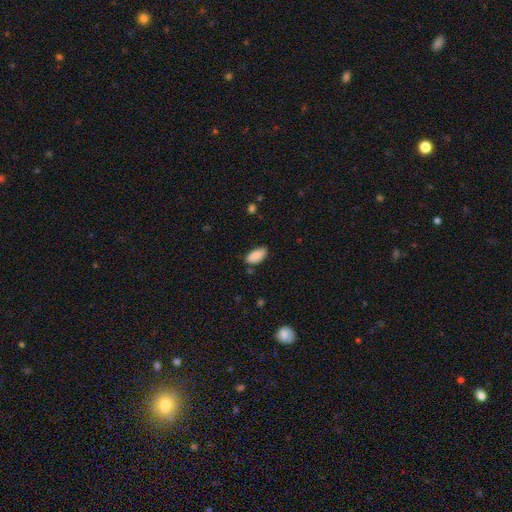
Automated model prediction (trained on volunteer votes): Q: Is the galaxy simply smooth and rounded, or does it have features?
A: smooth — 87%.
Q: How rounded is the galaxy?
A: in between — 92%.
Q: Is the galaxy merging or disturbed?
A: none — 74%.